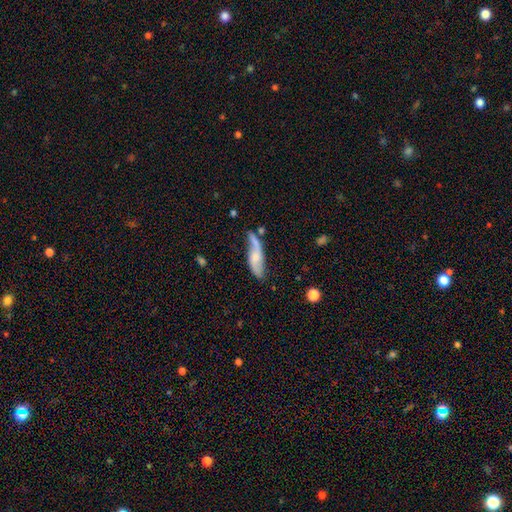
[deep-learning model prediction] smooth_or_featured: featured or disk (p=0.64) [alt: smooth p=0.29]
disk_edge_on: no (p=0.83) [alt: yes p=0.17]
bar: no (p=0.61) [alt: weak p=0.31]
has_spiral_arms: yes (p=0.89) [alt: no p=0.11]
bulge_size: small (p=0.45) [alt: moderate p=0.35]
merging: none (p=0.53) [alt: minor disturbance p=0.27]